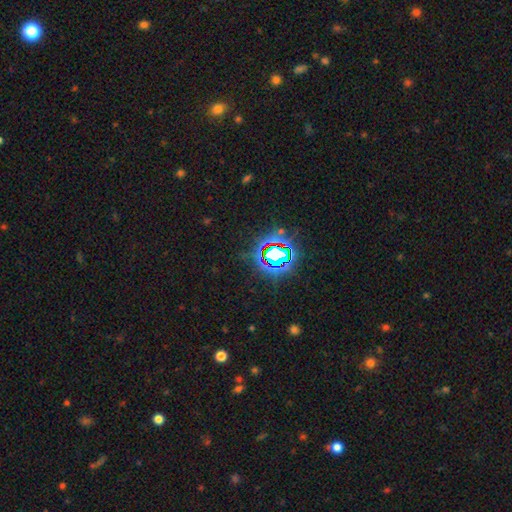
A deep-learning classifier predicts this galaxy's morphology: Smooth or featured?
  - star or artifact: 81% *
  - smooth: 12%
  - featured or disk: 7%